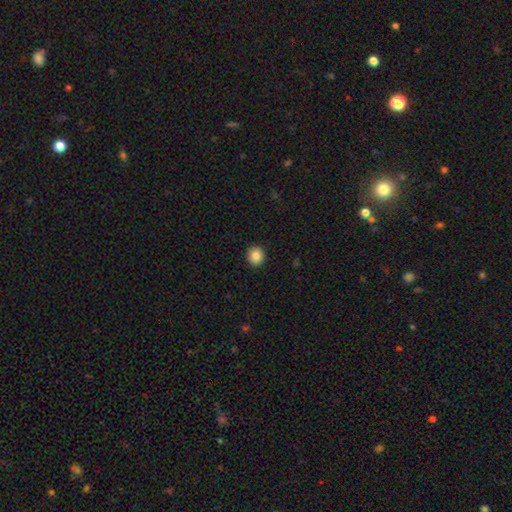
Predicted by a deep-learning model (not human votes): Smooth or featured?
  - smooth: 85% *
  - star or artifact: 9%
  - featured or disk: 5%
How rounded?
  - round: 92% *
  - in between: 7%
  - cigar-shaped: 1%
Merging?
  - none: 93% *
  - minor disturbance: 5%
  - major disturbance: 2%
  - merger: 1%